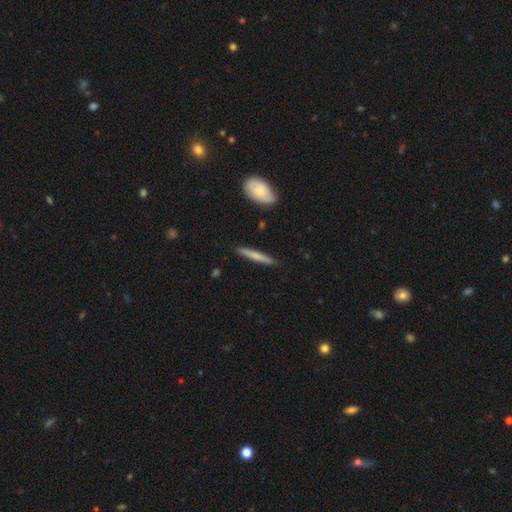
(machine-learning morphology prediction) This appears to be a smooth galaxy with no disk features (62%) that is cigar-shaped (92%). Merging: none (88%).